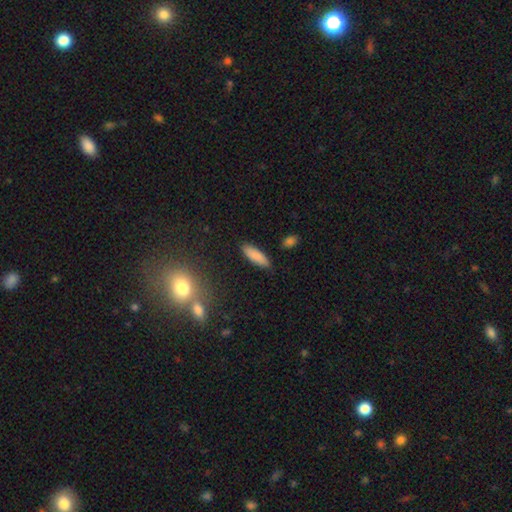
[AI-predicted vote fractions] This appears to be a smooth galaxy with no disk features (86%) that is in between round and cigar-shaped (52%). Merging: none (87%).